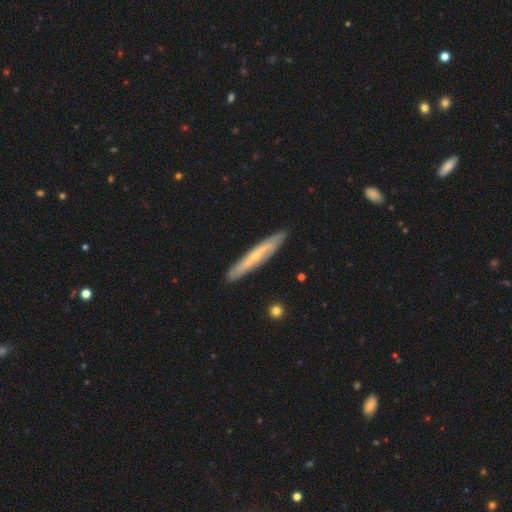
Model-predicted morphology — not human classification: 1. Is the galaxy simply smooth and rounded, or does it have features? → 62% featured or disk, 32% smooth, 6% star or artifact.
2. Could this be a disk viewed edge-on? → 74% yes, 26% no.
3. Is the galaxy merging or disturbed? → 87% none, 10% minor disturbance, 2% major disturbance, 1% merger.